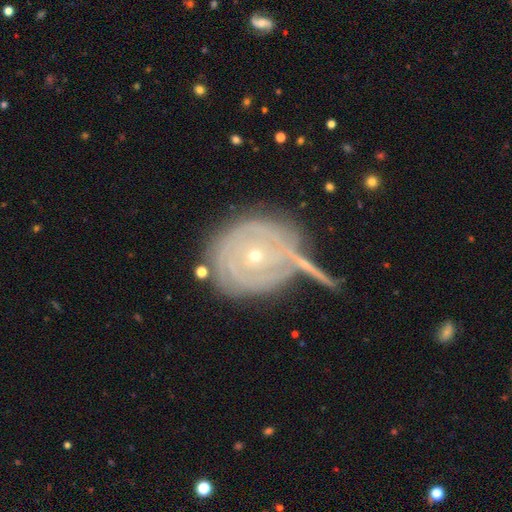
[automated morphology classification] Smooth or featured: featured or disk — 78% (smooth — 14%)
Edge-on disk: no — 95% (yes — 5%)
Bar: no — 80% (weak — 15%)
Spiral arms: yes — 82% (no — 18%)
Spiral winding: tight — 83% (medium — 12%)
Spiral arm count: can't tell — 50% (2 — 16%)
Bulge size: small — 72% (moderate — 26%)
Merging: none — 56% (minor disturbance — 20%)